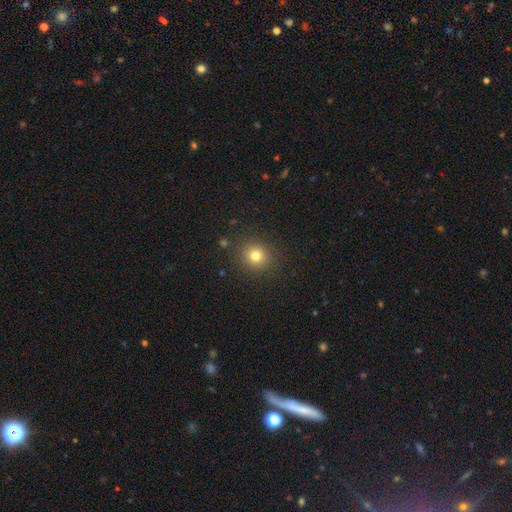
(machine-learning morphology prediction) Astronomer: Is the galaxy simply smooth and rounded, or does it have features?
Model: smooth — 78%.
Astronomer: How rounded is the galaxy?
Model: round — 87%.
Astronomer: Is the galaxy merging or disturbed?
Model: none — 88%.